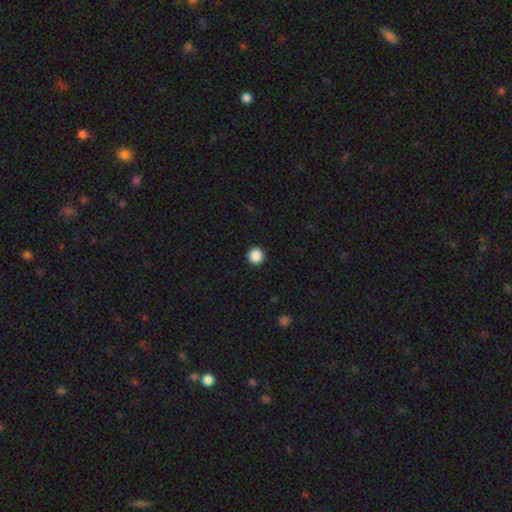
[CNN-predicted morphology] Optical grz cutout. It shows a smooth galaxy with no disk features (88%) that is round (96%). Merging: none (94%).